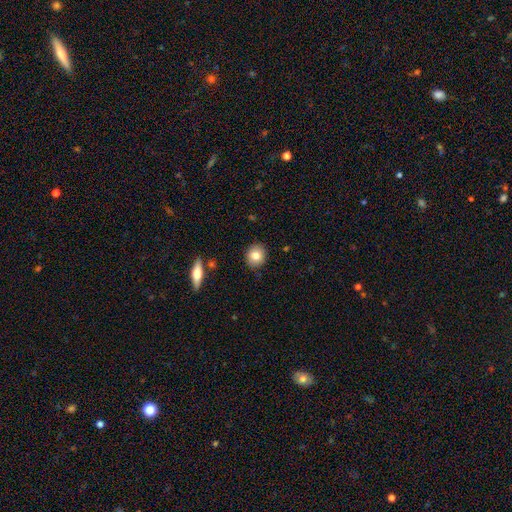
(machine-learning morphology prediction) smooth 80%, featured or disk 12%, star or artifact 8%. Down the decision tree: how rounded — round (81%); merging — none (87%).